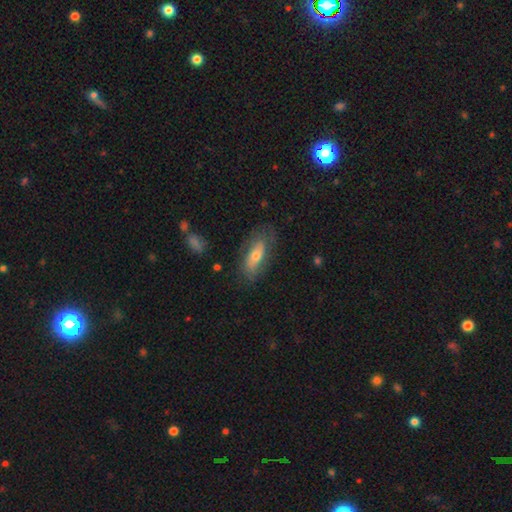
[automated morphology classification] smooth_or_featured: smooth (p=0.52) [alt: featured or disk p=0.41]
how_rounded: in between (p=0.72) [alt: cigar-shaped p=0.24]
merging: none (p=0.70) [alt: minor disturbance p=0.20]